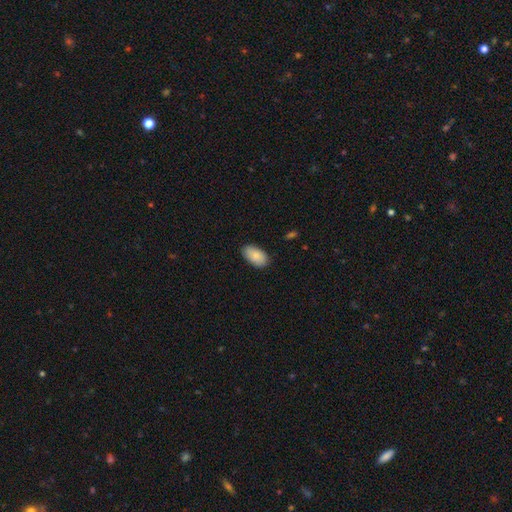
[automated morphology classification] A smooth galaxy with no disk features (87%) that is in between round and cigar-shaped (95%).

Vote fractions:
- Smooth or featured? smooth: 87% / featured or disk: 6% / star or artifact: 6%
- How rounded? in between: 95% / round: 3% / cigar-shaped: 2%
- Merging? none: 84% / minor disturbance: 13% / major disturbance: 2% / merger: 1%